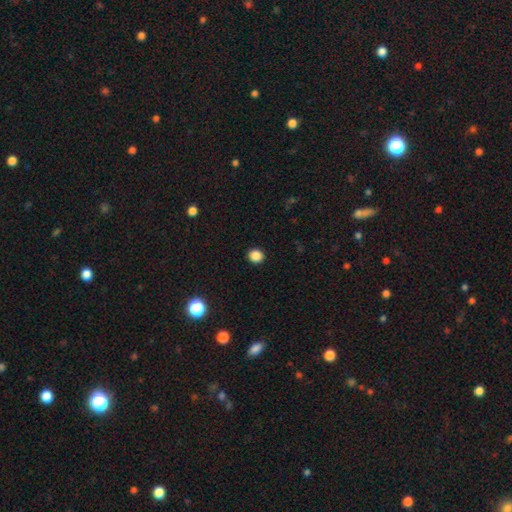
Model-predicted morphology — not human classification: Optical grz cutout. It shows a smooth galaxy with no disk features (87%) that is round (89%). Merging: none (93%).